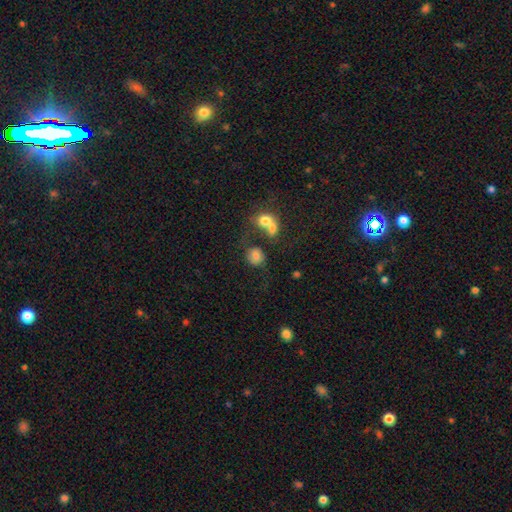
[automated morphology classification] Overall: smooth (72%). How rounded: round (73%). Merging: none (53%; merger 23%).